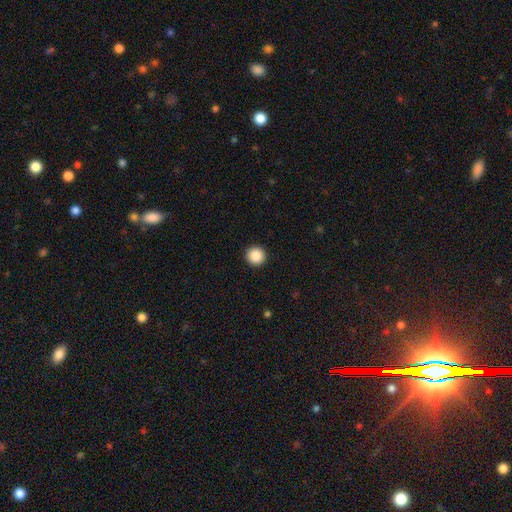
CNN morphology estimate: smooth-or-featured: smooth: 88% | star or artifact: 9% | featured or disk: 3%
  how-rounded: round: 96% | in between: 3% | cigar-shaped: 1%
  merging: none: 94% | minor disturbance: 4% | major disturbance: 1% | merger: 1%